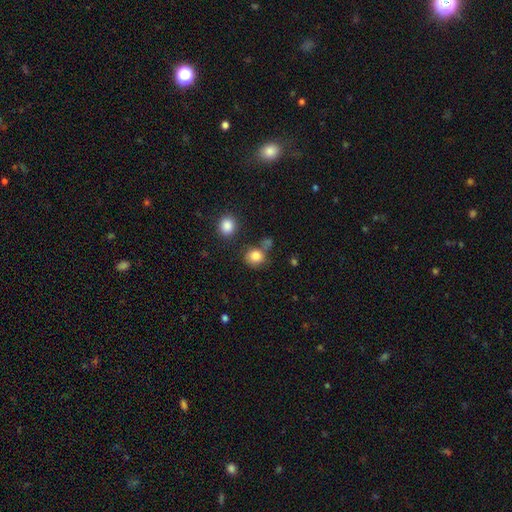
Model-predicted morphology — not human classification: This is clearly a smooth galaxy (83%). How rounded: clearly round (81%). Merging: likely none (68%).